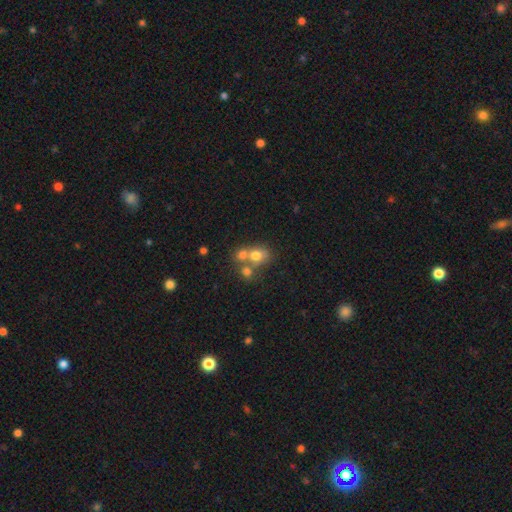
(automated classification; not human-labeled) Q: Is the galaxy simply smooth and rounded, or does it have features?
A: smooth — 68%.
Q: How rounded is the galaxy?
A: round — 63%.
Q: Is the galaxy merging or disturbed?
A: merger — 51%.